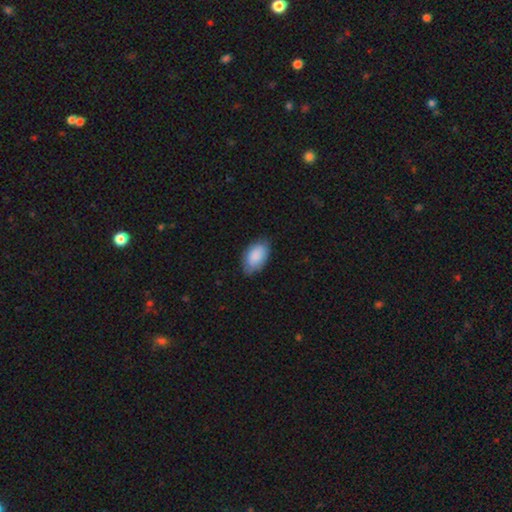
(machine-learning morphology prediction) smooth_or_featured: smooth (p=0.87) [alt: featured or disk p=0.07]
how_rounded: in between (p=0.94) [alt: round p=0.04]
merging: none (p=0.75) [alt: minor disturbance p=0.21]